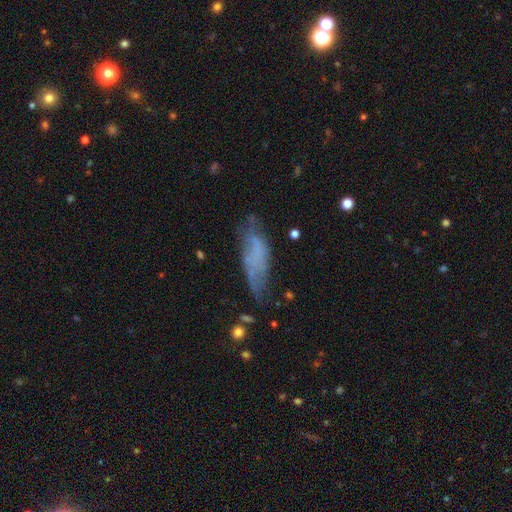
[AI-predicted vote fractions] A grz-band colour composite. It shows a smooth galaxy with no disk features (51%) that is in between round and cigar-shaped (57%). Merging: none (46%).